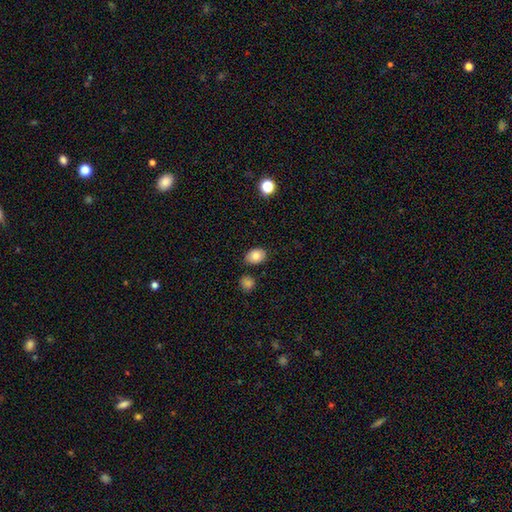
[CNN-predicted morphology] The model was most divided on "how rounded": in between: 72%, round: 27%, cigar-shaped: 1%. More confident: smooth or featured — smooth (83%); merging — none (80%).